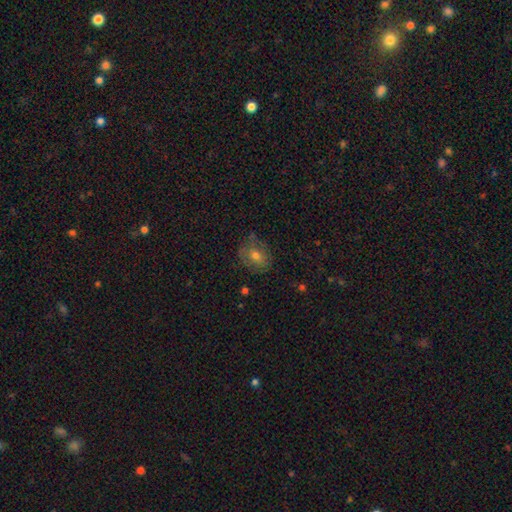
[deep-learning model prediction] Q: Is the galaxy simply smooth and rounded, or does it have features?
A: smooth — 57%.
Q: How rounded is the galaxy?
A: round — 52%.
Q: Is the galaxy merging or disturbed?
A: none — 74%.